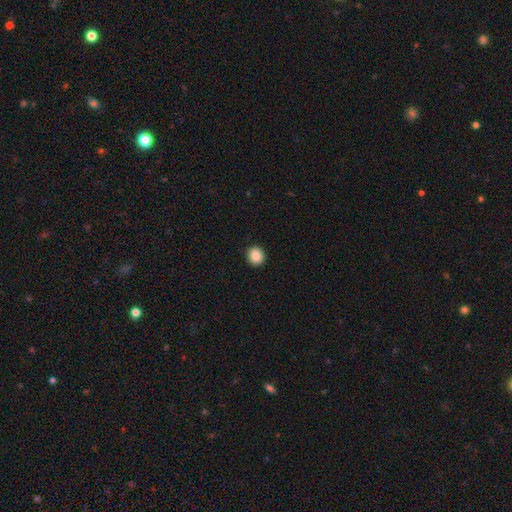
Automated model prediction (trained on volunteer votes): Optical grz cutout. It shows a smooth galaxy with no disk features (88%) that is round (90%). Merging: none (92%).